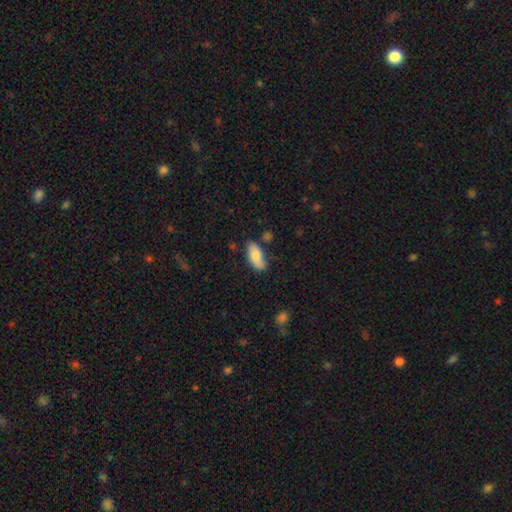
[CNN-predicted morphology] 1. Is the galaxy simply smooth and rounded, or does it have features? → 76% smooth, 18% featured or disk, 6% star or artifact.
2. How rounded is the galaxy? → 86% in between, 11% cigar-shaped, 3% round.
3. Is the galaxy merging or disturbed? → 68% none, 23% minor disturbance, 5% major disturbance, 4% merger.